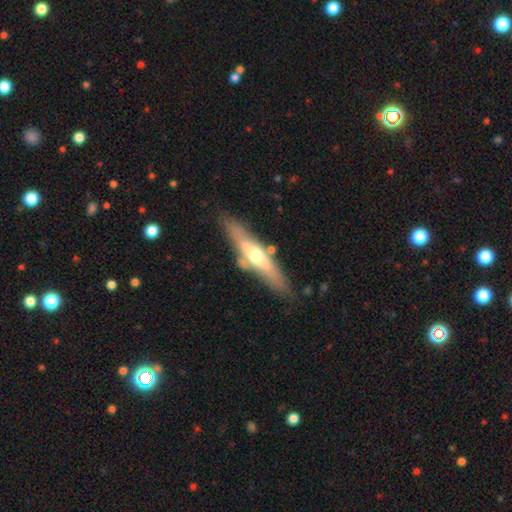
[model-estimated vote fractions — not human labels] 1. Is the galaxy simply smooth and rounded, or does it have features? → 61% featured or disk, 33% smooth, 6% star or artifact.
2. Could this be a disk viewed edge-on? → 75% yes, 25% no.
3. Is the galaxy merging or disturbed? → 72% none, 17% minor disturbance, 7% merger, 5% major disturbance.